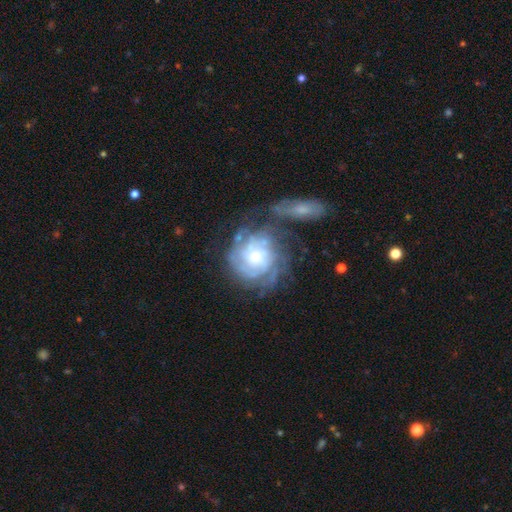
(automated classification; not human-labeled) Smooth or featured: featured or disk — 75% (smooth — 18%)
Edge-on disk: no — 97% (yes — 3%)
Bar: no — 72% (weak — 23%)
Spiral arms: yes — 87% (no — 13%)
Spiral winding: tight — 63% (medium — 27%)
Spiral arm count: can't tell — 48% (3 — 15%)
Bulge size: moderate — 44% (small — 31%)
Merging: none — 45% (minor disturbance — 19%)